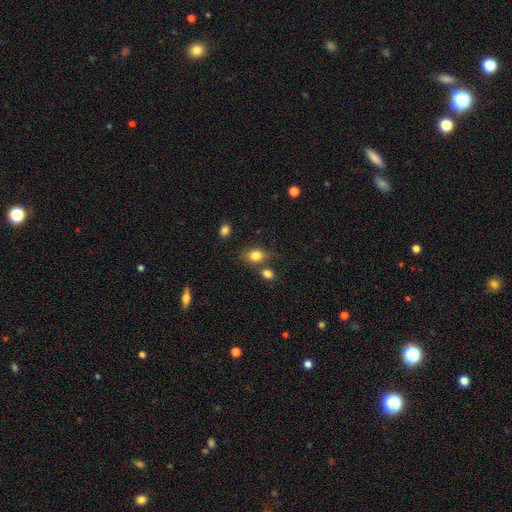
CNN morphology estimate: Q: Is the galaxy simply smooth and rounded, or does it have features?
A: smooth — 82%.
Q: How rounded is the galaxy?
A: in between — 75%.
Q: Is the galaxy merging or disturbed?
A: none — 65%.